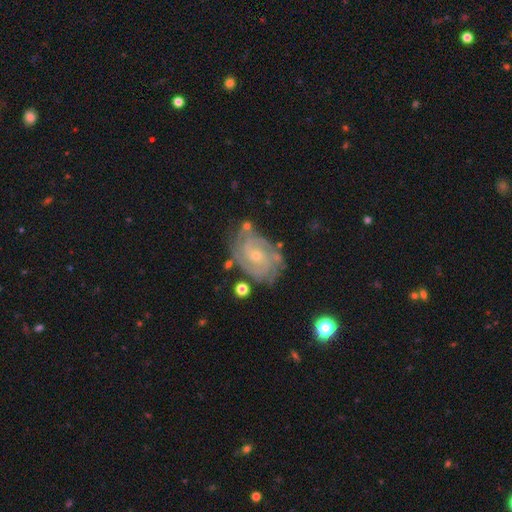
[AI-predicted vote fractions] smooth-or-featured: featured or disk: 88% | smooth: 6% | star or artifact: 6%
  disk-edge-on: no: 97% | yes: 3%
    bar: no: 73% | weak: 22% | strong: 5%
    has-spiral-arms: yes: 97% | no: 3%
      spiral-winding: tight: 73% | medium: 23% | loose: 4%
      spiral-arm-count: 3: 25% | 2: 23% | can't tell: 21% | 4: 18% | more than 4: 7% | 1: 6%
    bulge-size: small: 76% | moderate: 21% | none: 1% | large: 1% | dominant: 1%
  merging: none: 69% | minor disturbance: 20% | major disturbance: 7% | merger: 4%